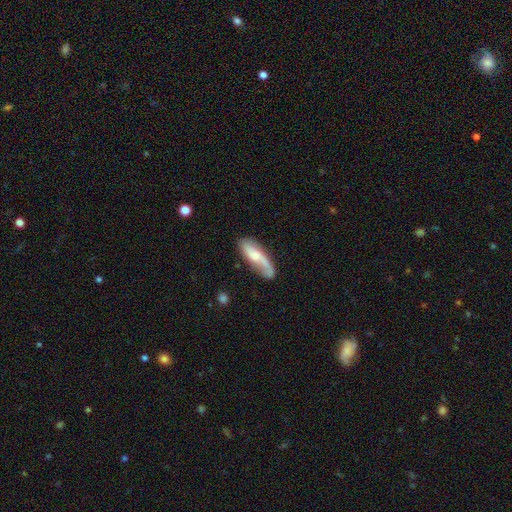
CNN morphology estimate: This appears to be a featured or disk galaxy (52%). Merging: none (58%).